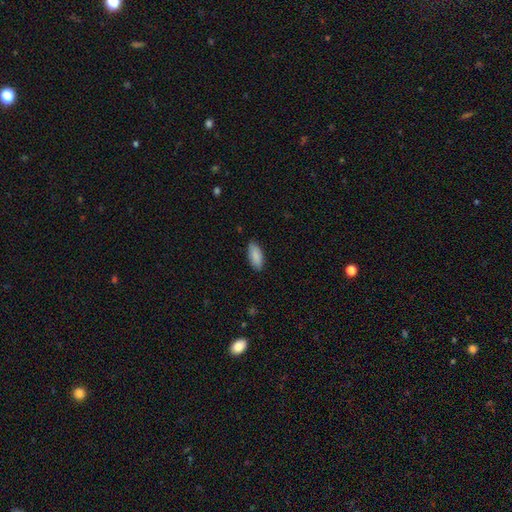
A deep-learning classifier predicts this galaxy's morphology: Smooth or featured: smooth — 88% (featured or disk — 6%)
How rounded: in between — 88% (cigar-shaped — 10%)
Merging: none — 85% (minor disturbance — 12%)